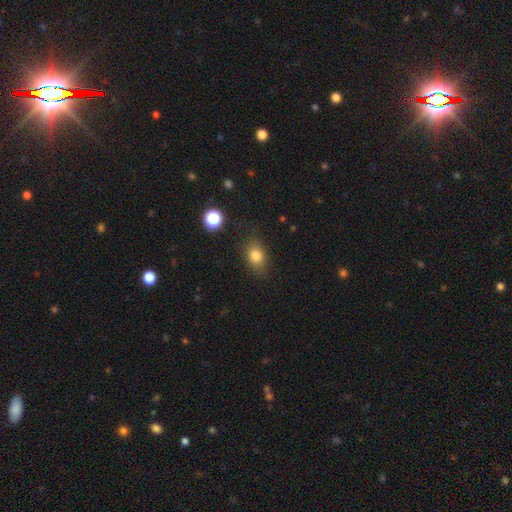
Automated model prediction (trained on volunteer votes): Smooth or featured?
  - smooth: 81% *
  - star or artifact: 11%
  - featured or disk: 8%
How rounded?
  - in between: 70% *
  - round: 28%
  - cigar-shaped: 2%
Merging?
  - none: 82% *
  - minor disturbance: 13%
  - major disturbance: 4%
  - merger: 2%